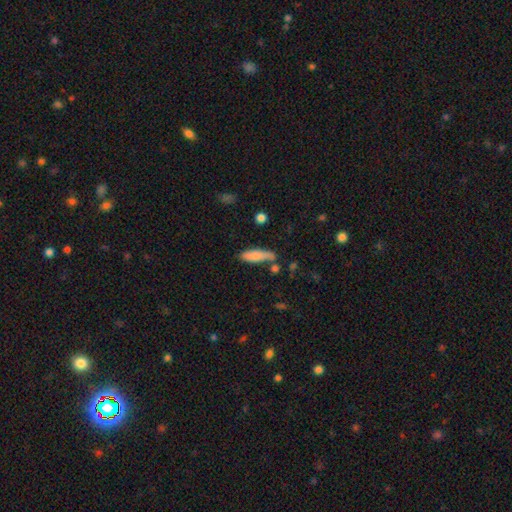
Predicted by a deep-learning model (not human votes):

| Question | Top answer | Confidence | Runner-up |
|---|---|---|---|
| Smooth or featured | smooth | 82% | featured or disk (11%) |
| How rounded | cigar-shaped | 60% | in between (38%) |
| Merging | none | 64% | minor disturbance (21%) |